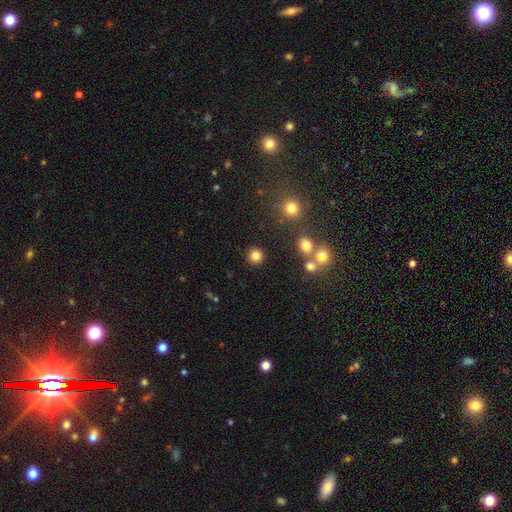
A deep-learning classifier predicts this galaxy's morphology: Smooth or featured?
  - smooth: 82% *
  - star or artifact: 13%
  - featured or disk: 5%
How rounded?
  - round: 95% *
  - in between: 5%
  - cigar-shaped: 1%
Merging?
  - none: 90% *
  - minor disturbance: 5%
  - merger: 3%
  - major disturbance: 2%